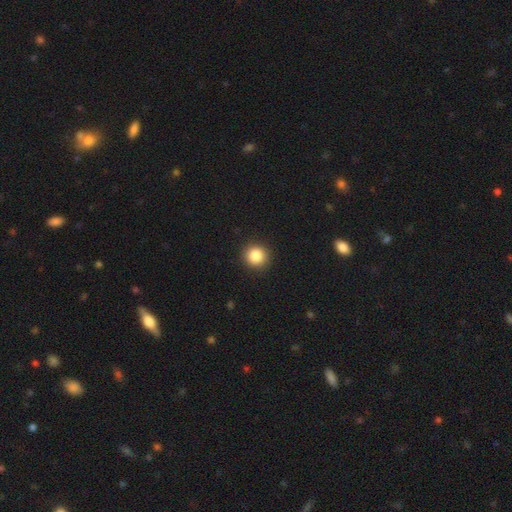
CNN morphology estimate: This is clearly a smooth galaxy (85%). How rounded: clearly round (93%). Merging: clearly none (92%).